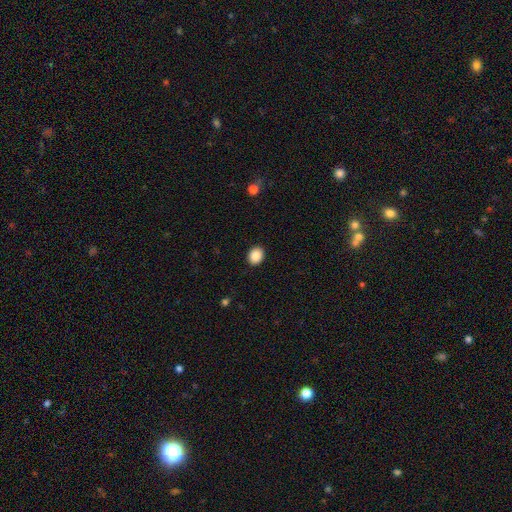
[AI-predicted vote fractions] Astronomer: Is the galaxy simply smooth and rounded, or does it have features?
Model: smooth — 89%.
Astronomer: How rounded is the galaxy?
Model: round — 53% (runner-up: in between, 46%).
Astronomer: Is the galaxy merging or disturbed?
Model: none — 91%.